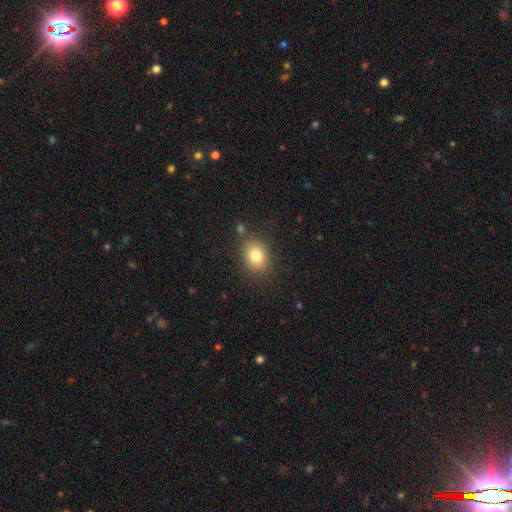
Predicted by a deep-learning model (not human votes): Q: Smooth or featured?
A: smooth (81%); runner-up: star or artifact (10%)
Q: How rounded?
A: in between (57%); runner-up: round (42%)
Q: Merging?
A: none (81%); runner-up: minor disturbance (12%)